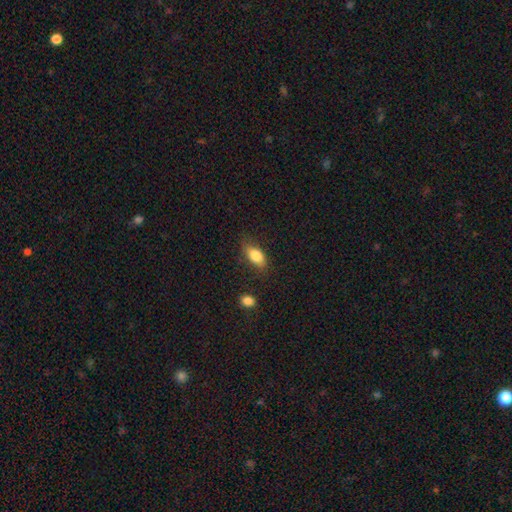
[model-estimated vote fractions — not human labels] This appears to be a smooth galaxy with no disk features (83%) that is in between round and cigar-shaped (87%). Merging: none (70%).